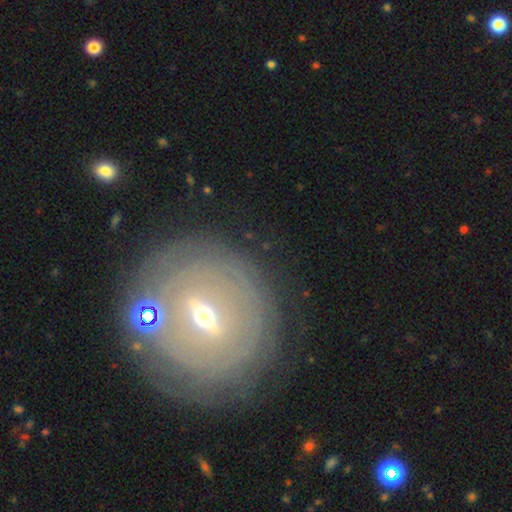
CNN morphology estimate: type=featured or disk (72%); edge-on=no (92%); bar=weak (50%); spiral arms=yes (62%); bulge=small (49%); merging=none (81%).